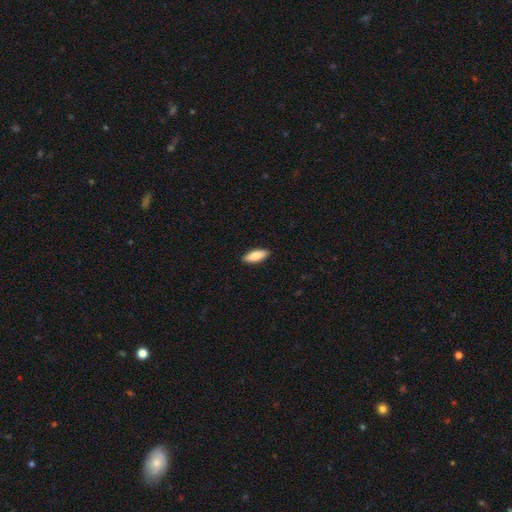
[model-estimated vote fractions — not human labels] smooth 84%, featured or disk 10%, star or artifact 6%. Down the decision tree: how rounded — in between (72%); merging — none (91%).